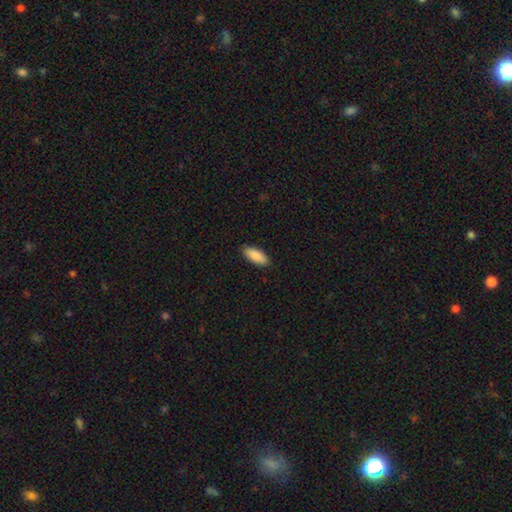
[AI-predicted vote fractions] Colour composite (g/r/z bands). It shows a smooth galaxy with no disk features (90%) that is in between round and cigar-shaped (80%). Merging: none (89%).